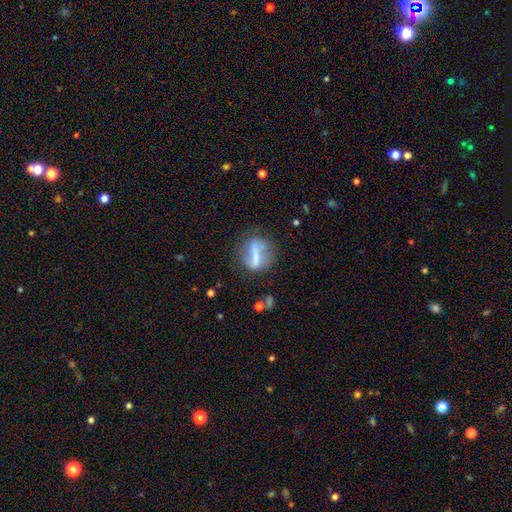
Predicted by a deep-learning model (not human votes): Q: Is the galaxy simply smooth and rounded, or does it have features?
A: featured or disk — 48%.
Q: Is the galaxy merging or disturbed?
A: none — 53%.